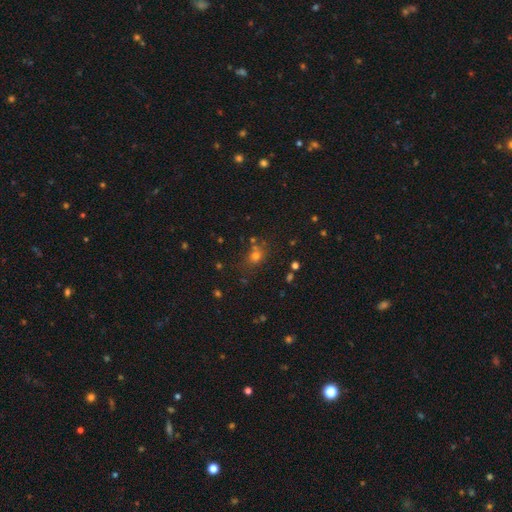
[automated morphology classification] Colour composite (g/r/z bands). It shows a smooth galaxy with no disk features (67%) that is round (67%). Merging: none (68%).